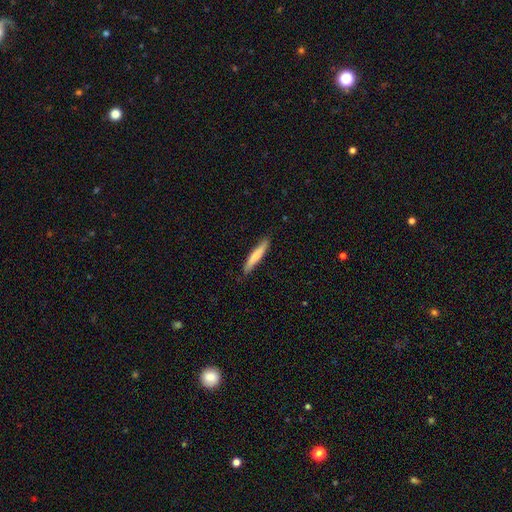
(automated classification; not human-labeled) A smooth galaxy with no disk features (75%) that is cigar-shaped (92%).

Vote fractions:
- Smooth or featured? smooth: 75% / featured or disk: 20% / star or artifact: 5%
- How rounded? cigar-shaped: 92% / in between: 7% / round: 1%
- Merging? none: 86% / minor disturbance: 11% / major disturbance: 2% / merger: 1%